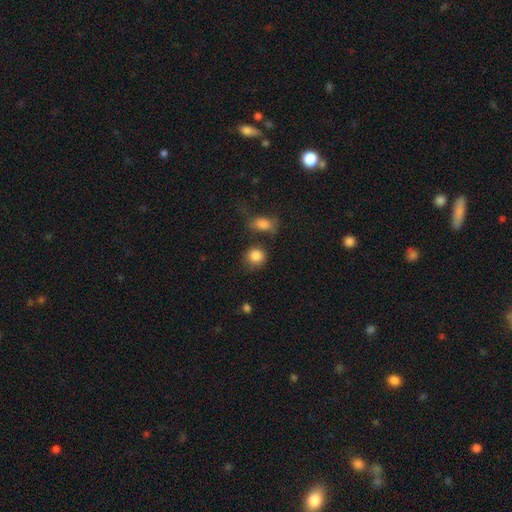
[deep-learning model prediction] Overall: smooth (86%). How rounded: round (81%). Merging: none (66%).